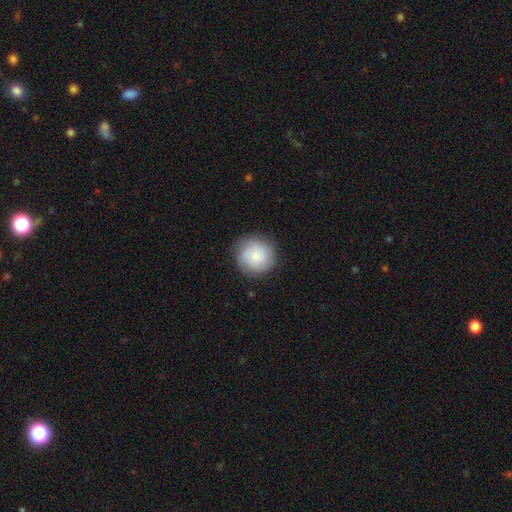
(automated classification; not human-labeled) A smooth galaxy with no disk features (73%) that is round (93%).

Vote fractions:
- Smooth or featured? smooth: 73% / featured or disk: 20% / star or artifact: 7%
- How rounded? round: 93% / in between: 6% / cigar-shaped: 1%
- Merging? none: 83% / minor disturbance: 12% / major disturbance: 4% / merger: 1%